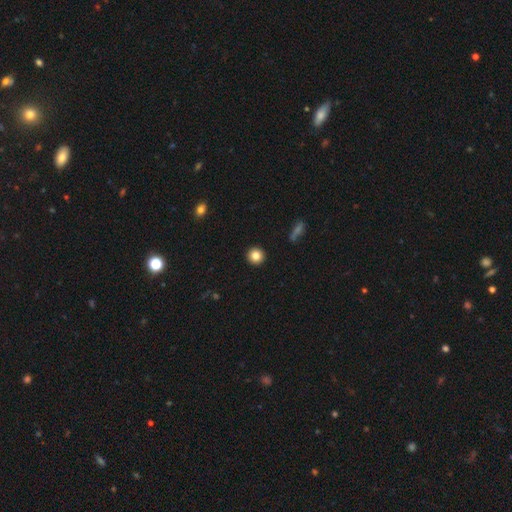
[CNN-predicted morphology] This is clearly a smooth galaxy (83%). How rounded: clearly round (94%). Merging: clearly none (93%).